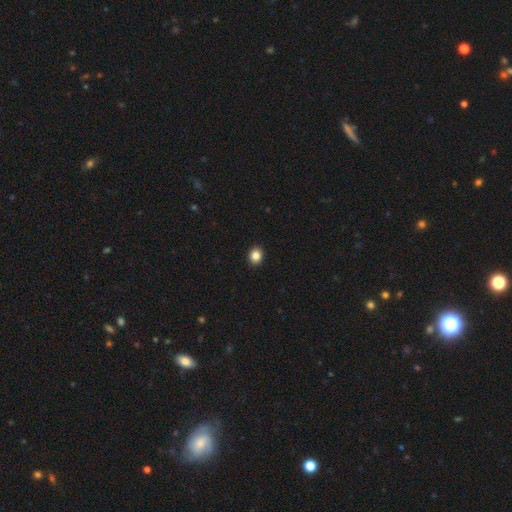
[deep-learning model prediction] Smooth or featured: smooth — 86% (star or artifact — 10%)
How rounded: round — 62% (in between — 37%)
Merging: none — 92% (minor disturbance — 5%)